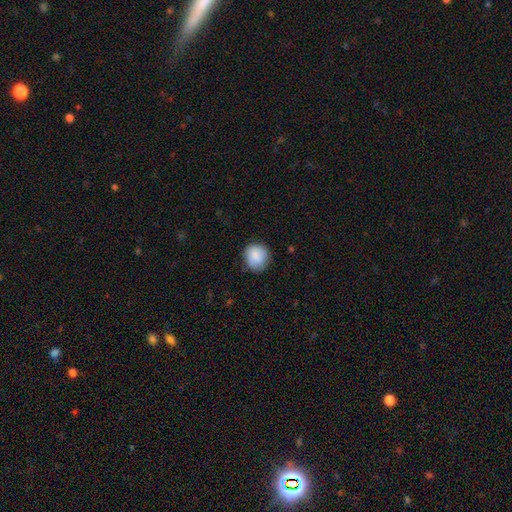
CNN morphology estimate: This is clearly a smooth galaxy (84%). How rounded: clearly round (89%). Merging: likely none (80%).